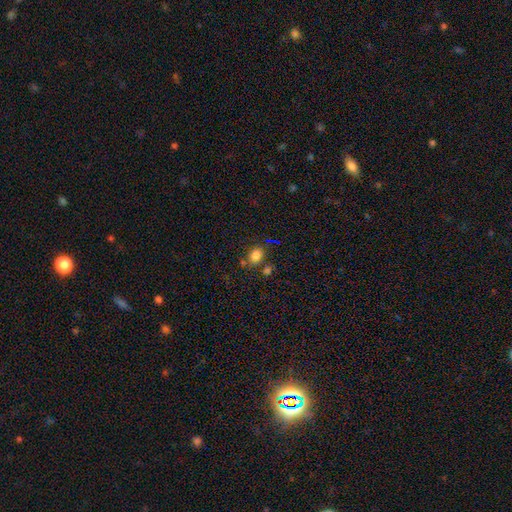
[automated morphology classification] The model was most divided on "how rounded": in between: 52%, round: 47%, cigar-shaped: 1%. More confident: smooth or featured — smooth (81%); merging — none (72%).